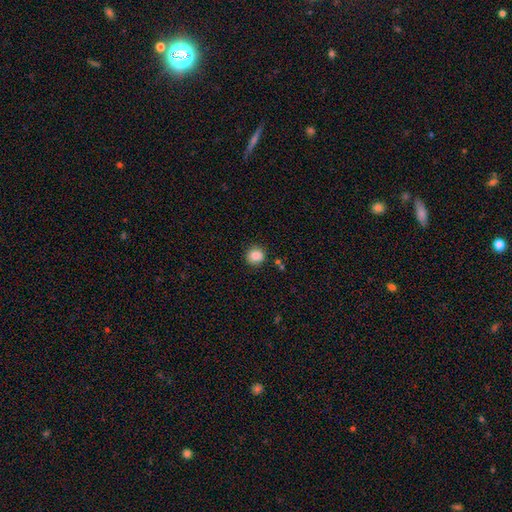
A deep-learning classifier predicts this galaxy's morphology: Smooth or featured: smooth — 86% (star or artifact — 10%)
How rounded: round — 91% (in between — 9%)
Merging: none — 88% (minor disturbance — 7%)